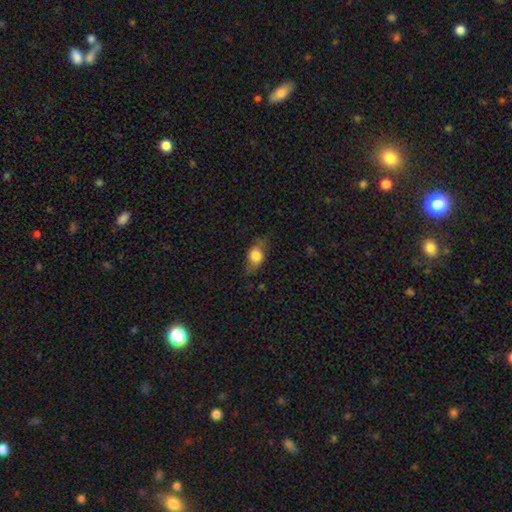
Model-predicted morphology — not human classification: A smooth galaxy with no disk features (69%) that is in between round and cigar-shaped (73%).

Vote fractions:
- Smooth or featured? smooth: 69% / featured or disk: 23% / star or artifact: 8%
- How rounded? in between: 73% / round: 18% / cigar-shaped: 8%
- Merging? none: 72% / minor disturbance: 20% / major disturbance: 7% / merger: 1%